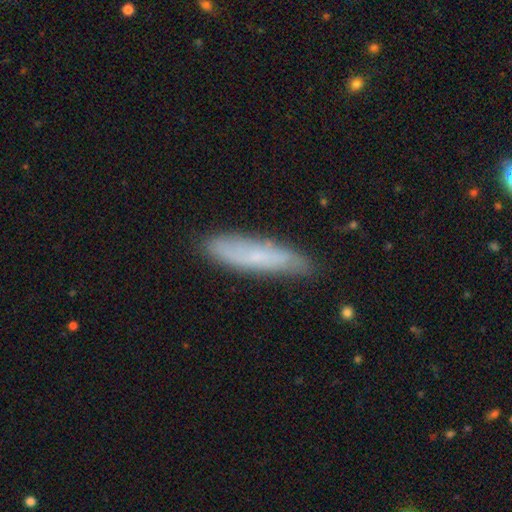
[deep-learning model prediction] A smooth galaxy with no disk features (54%) that is cigar-shaped (79%).

Vote fractions:
- Smooth or featured? smooth: 54% / featured or disk: 38% / star or artifact: 8%
- How rounded? cigar-shaped: 79% / in between: 20% / round: 2%
- Merging? none: 82% / minor disturbance: 14% / major disturbance: 3% / merger: 2%